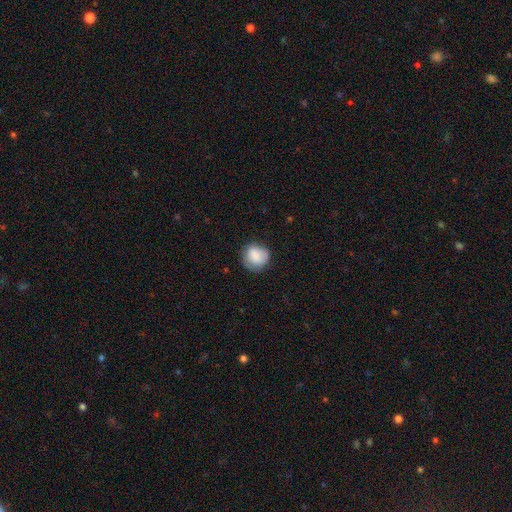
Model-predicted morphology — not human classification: A smooth galaxy with no disk features (79%) that is round (83%).

Vote fractions:
- Smooth or featured? smooth: 79% / featured or disk: 13% / star or artifact: 8%
- How rounded? round: 83% / in between: 16% / cigar-shaped: 1%
- Merging? none: 68% / minor disturbance: 23% / major disturbance: 7% / merger: 2%